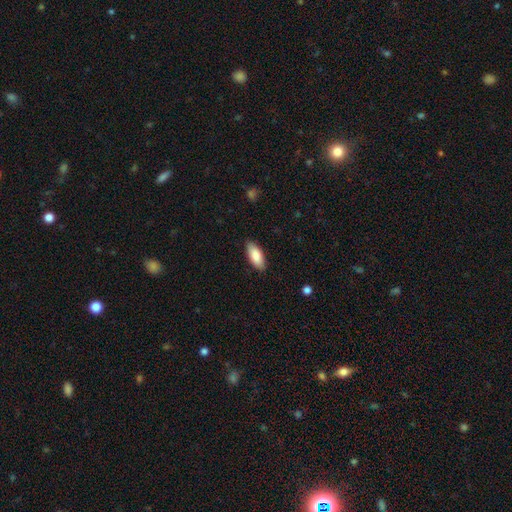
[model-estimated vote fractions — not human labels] smooth 86%, featured or disk 8%, star or artifact 6%. Down the decision tree: how rounded — in between (87%); merging — none (87%).